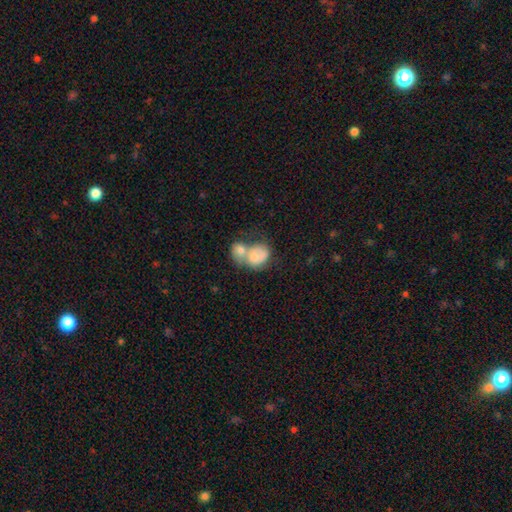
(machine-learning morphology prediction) Overall: smooth (67%). How rounded: round (53%; in between 46%). Merging: merger (73%).